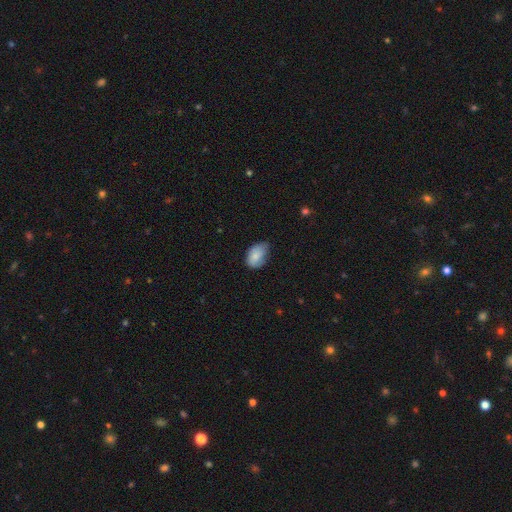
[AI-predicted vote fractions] Morphology: type=smooth (83%); roundness=in between (88%); merging=none (48%).